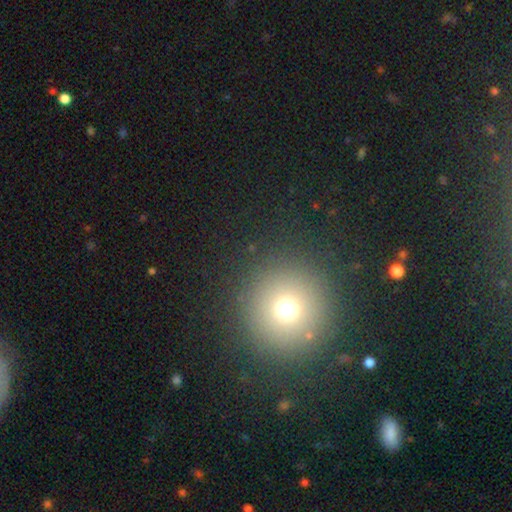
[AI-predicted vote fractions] Overall: smooth (64%; star or artifact 26%). How rounded: round (95%). Merging: none (90%).